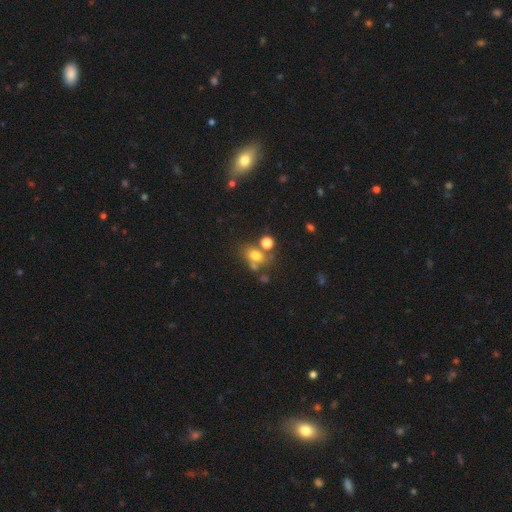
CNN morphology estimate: smooth 70%, star or artifact 17%, featured or disk 14%. Down the decision tree: how rounded — in between (61%); merging — none (50%).